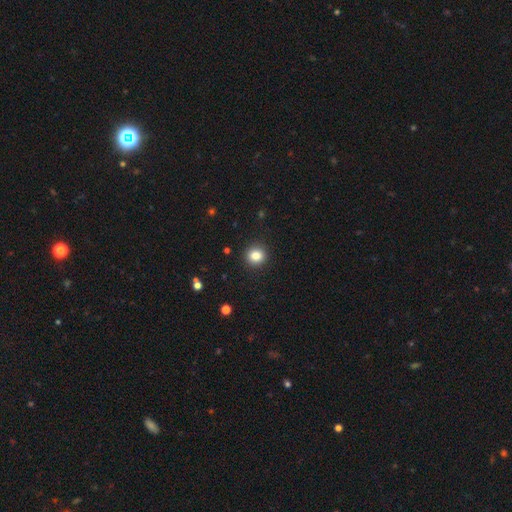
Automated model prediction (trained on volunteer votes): Overall: smooth (84%). How rounded: round (87%). Merging: none (92%).